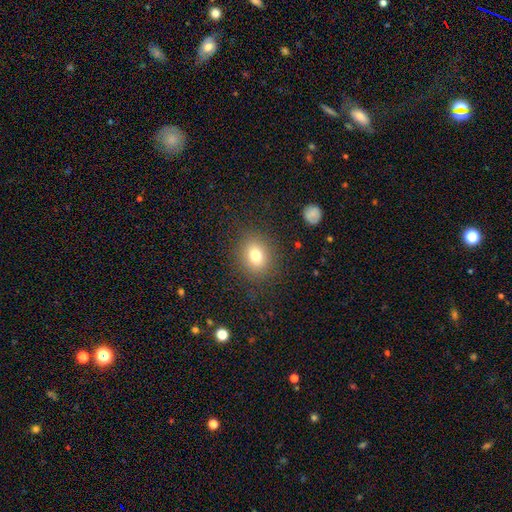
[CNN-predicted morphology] The model was most divided on "how rounded": round: 56%, in between: 43%, cigar-shaped: 1%. More confident: merging — none (86%); smooth or featured — smooth (77%).